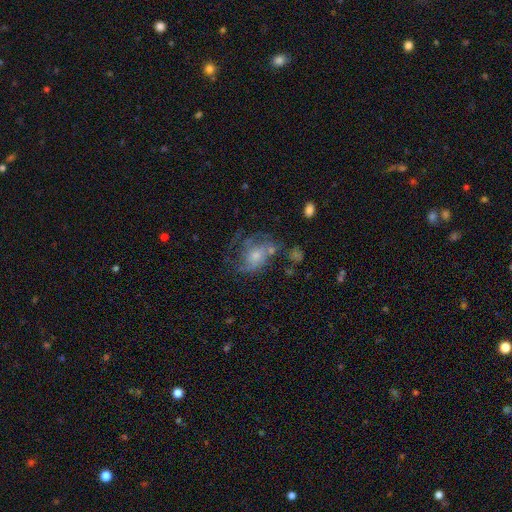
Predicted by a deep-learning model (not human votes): Overall: featured or disk (66%). Edge-on disk: no (97%). Bar: no (73%). Spiral arms: yes (78%). Spiral arm count: can't tell (39%; 2 24%). Spiral winding: medium (43%; tight 32%). Bulge size: moderate (44%; small 42%). Merging: none (45%; major disturbance 27%).